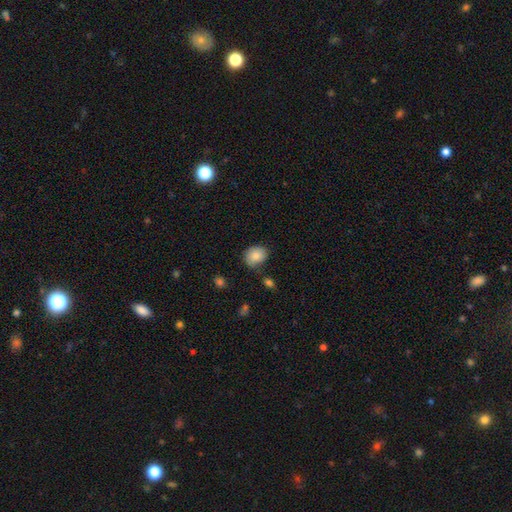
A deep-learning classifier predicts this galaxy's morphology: smooth_or_featured: smooth (p=0.84) [alt: star or artifact p=0.08]
how_rounded: round (p=0.56) [alt: in between p=0.43]
merging: none (p=0.70) [alt: minor disturbance p=0.22]